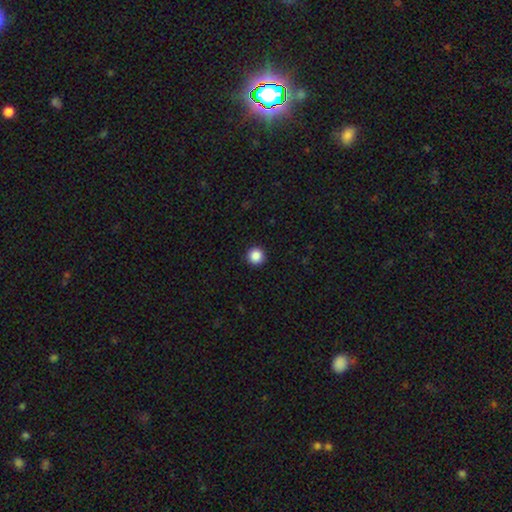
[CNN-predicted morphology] Smooth or featured? Predicted: smooth (p=0.87). How rounded? Predicted: round (p=0.96). Merging? Predicted: none (p=0.93).